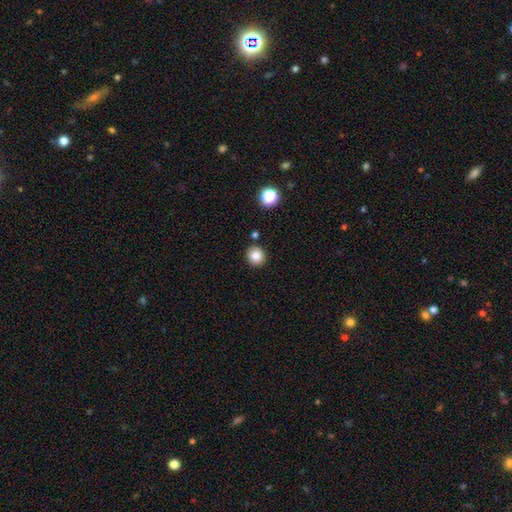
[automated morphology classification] smooth 81%, star or artifact 12%, featured or disk 7%. Down the decision tree: how rounded — round (88%); merging — none (87%).